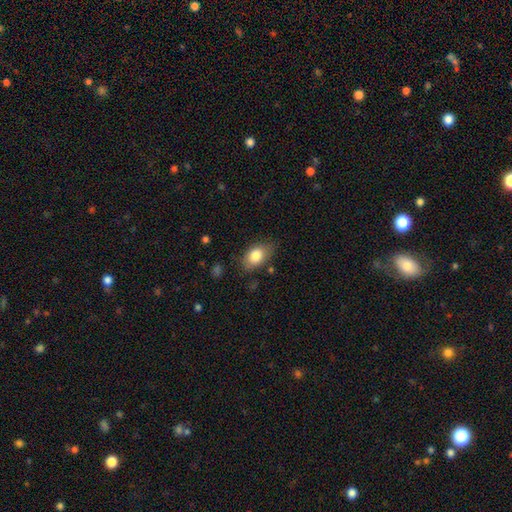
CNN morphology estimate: Smooth or featured: smooth — 82% (featured or disk — 11%)
How rounded: in between — 88% (round — 10%)
Merging: none — 74% (minor disturbance — 20%)